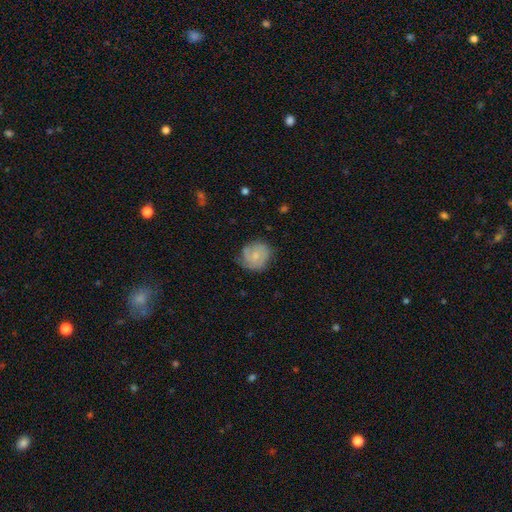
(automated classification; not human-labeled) smooth_or_featured: featured or disk (p=0.48) [alt: smooth p=0.45]
merging: none (p=0.68) [alt: minor disturbance p=0.24]